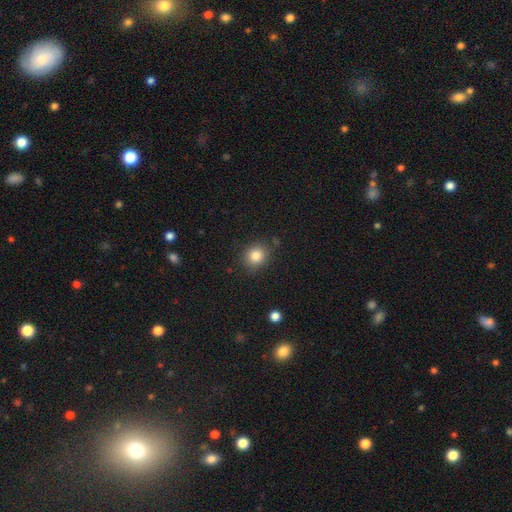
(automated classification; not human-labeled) Smooth or featured? smooth (84%)
How rounded? round (78%)
Merging? none (84%)